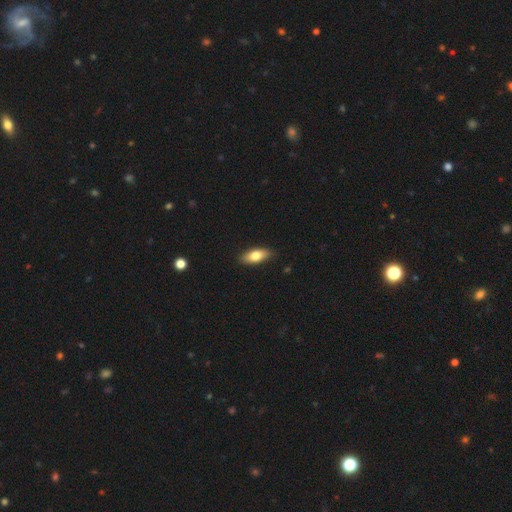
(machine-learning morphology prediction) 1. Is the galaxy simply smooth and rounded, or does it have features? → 76% smooth, 17% featured or disk, 6% star or artifact.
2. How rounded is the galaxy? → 79% in between, 18% cigar-shaped, 3% round.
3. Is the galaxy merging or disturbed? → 88% none, 9% minor disturbance, 2% major disturbance, 1% merger.